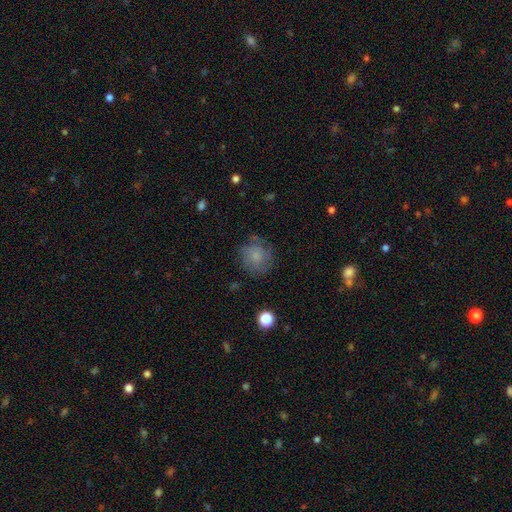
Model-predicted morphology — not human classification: The model was most divided on "smooth or featured": smooth: 66%, featured or disk: 24%, star or artifact: 10%. More confident: how rounded — round (85%); merging — none (69%).